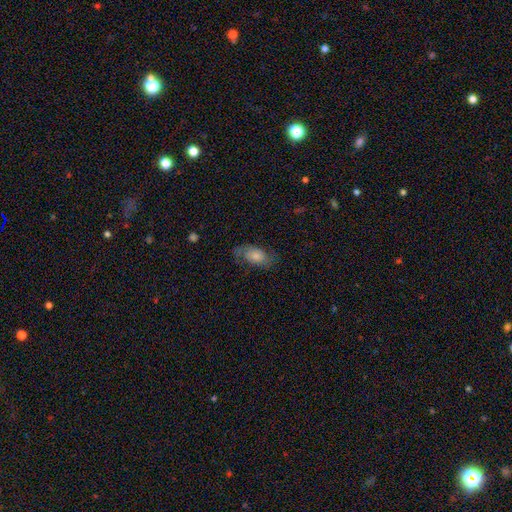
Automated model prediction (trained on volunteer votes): This appears to be a featured or disk galaxy (50%). Merging: none (70%).